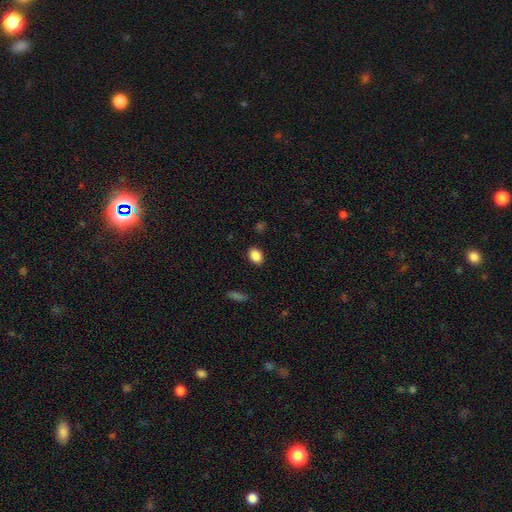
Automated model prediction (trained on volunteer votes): The model was most divided on "how rounded": in between: 76%, round: 22%, cigar-shaped: 1%. More confident: merging — none (88%); smooth or featured — smooth (88%).